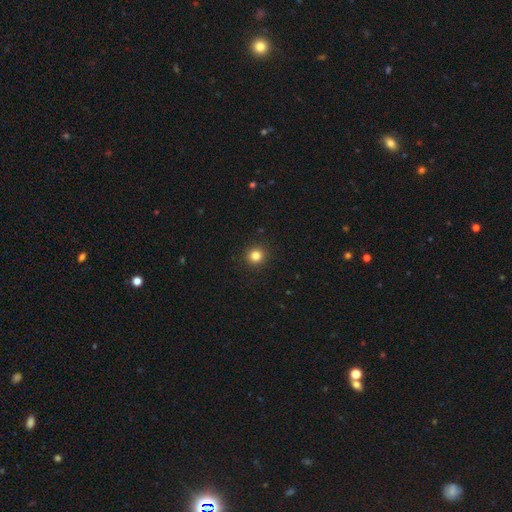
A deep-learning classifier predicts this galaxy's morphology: A smooth galaxy with no disk features (83%) that is round (94%).

Vote fractions:
- Smooth or featured? smooth: 83% / star or artifact: 12% / featured or disk: 5%
- How rounded? round: 94% / in between: 5% / cigar-shaped: 1%
- Merging? none: 93% / minor disturbance: 4% / major disturbance: 2% / merger: 1%